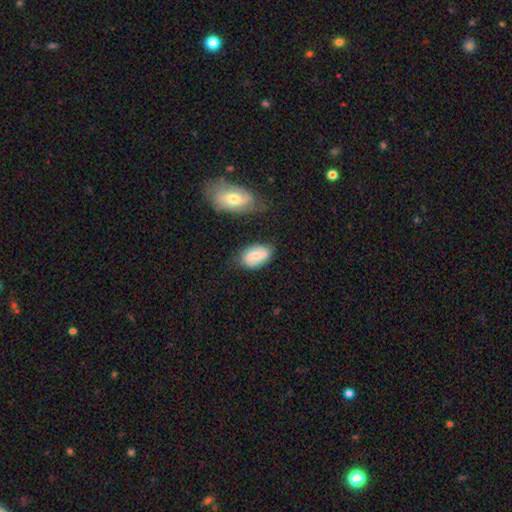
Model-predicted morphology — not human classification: Smooth or featured?
  - smooth: 46% * (tied)
  - featured or disk: 46% * (tied)
  - star or artifact: 7%
Merging?
  - none: 69% *
  - minor disturbance: 21%
  - major disturbance: 5%
  - merger: 5%